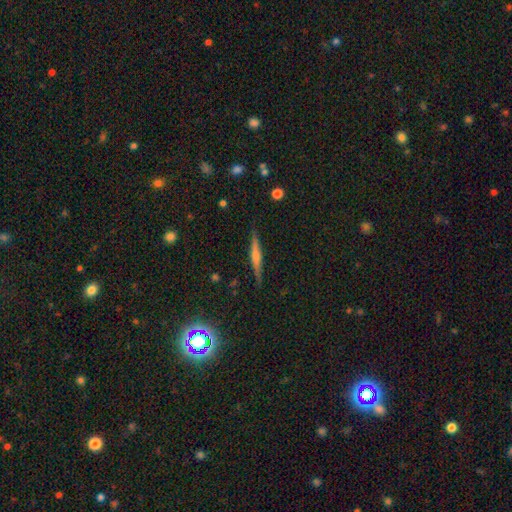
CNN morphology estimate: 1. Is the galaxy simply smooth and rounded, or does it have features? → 59% featured or disk, 33% smooth, 8% star or artifact.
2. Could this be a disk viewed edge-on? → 97% yes, 3% no.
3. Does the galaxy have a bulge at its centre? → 51% rounded, 25% boxy, 24% none.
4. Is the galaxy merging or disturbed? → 88% none, 9% minor disturbance, 2% major disturbance, 1% merger.